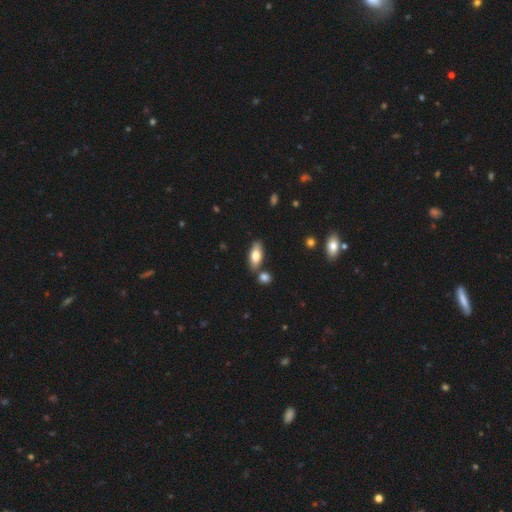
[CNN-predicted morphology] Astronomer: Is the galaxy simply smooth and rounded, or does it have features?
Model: smooth — 71%.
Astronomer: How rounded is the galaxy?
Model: in between — 78%.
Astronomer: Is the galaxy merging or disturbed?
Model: none — 77%.